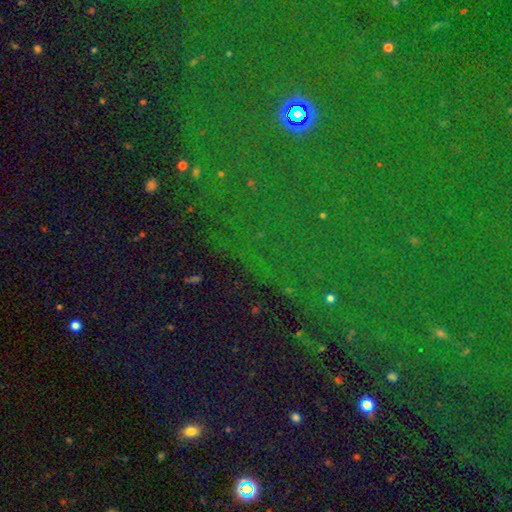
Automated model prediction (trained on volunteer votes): The model was most divided on "smooth or featured": star or artifact: 84%, smooth: 9%, featured or disk: 7%.